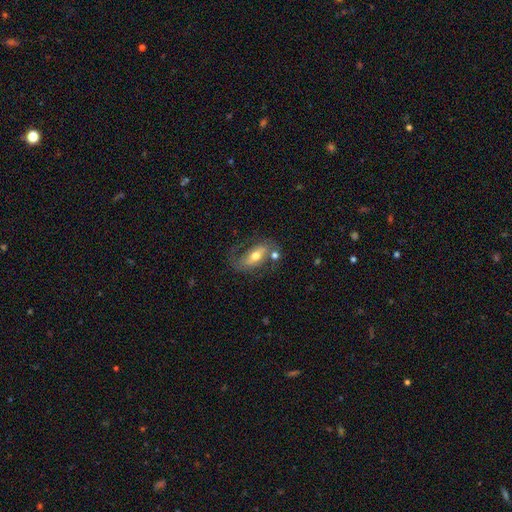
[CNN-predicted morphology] smooth-or-featured: featured or disk: 58% | smooth: 35% | star or artifact: 7%
  disk-edge-on: no: 86% | yes: 14%
    bar: strong: 39% | no: 31% | weak: 30%
    has-spiral-arms: yes: 67% | no: 33%
    bulge-size: moderate: 70% | small: 18% | large: 9% | dominant: 1% | none: 1%
  merging: none: 53% | minor disturbance: 20% | major disturbance: 17% | merger: 11%